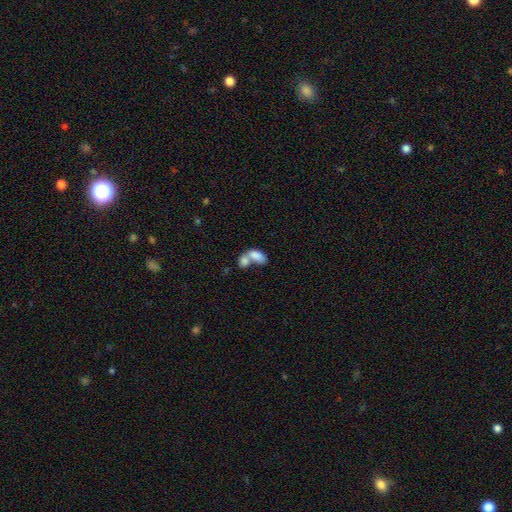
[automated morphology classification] The model was most divided on "merging": merger: 73%, none: 16%, minor disturbance: 6%, major disturbance: 5%. More confident: how rounded — in between (91%); smooth or featured — smooth (80%).